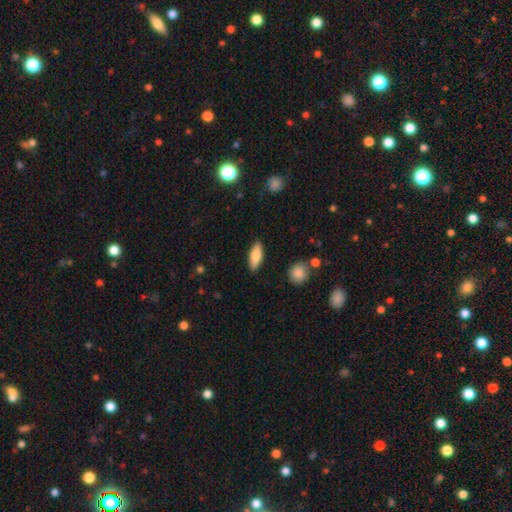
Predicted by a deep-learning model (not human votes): Q: Smooth or featured?
A: smooth (81%); runner-up: featured or disk (13%)
Q: How rounded?
A: in between (68%); runner-up: cigar-shaped (30%)
Q: Merging?
A: none (88%); runner-up: minor disturbance (8%)